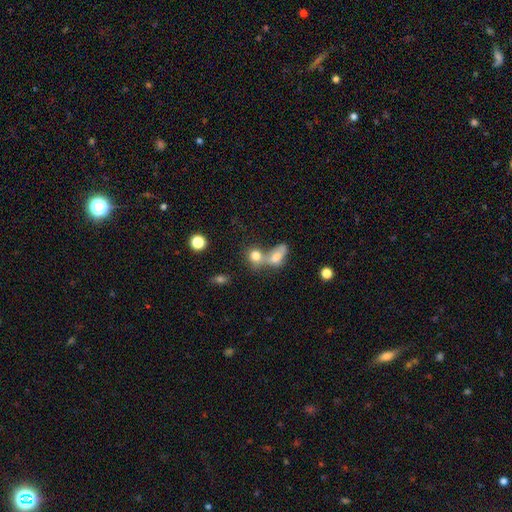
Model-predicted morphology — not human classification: Overall: smooth (75%). How rounded: round (56%; in between 40%). Merging: merger (58%; none 27%).